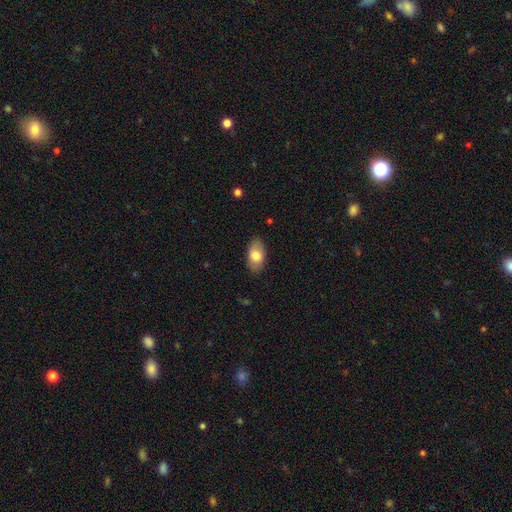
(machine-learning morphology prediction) The model was most divided on "smooth or featured": smooth: 78%, featured or disk: 15%, star or artifact: 6%. More confident: how rounded — in between (93%); merging — none (85%).